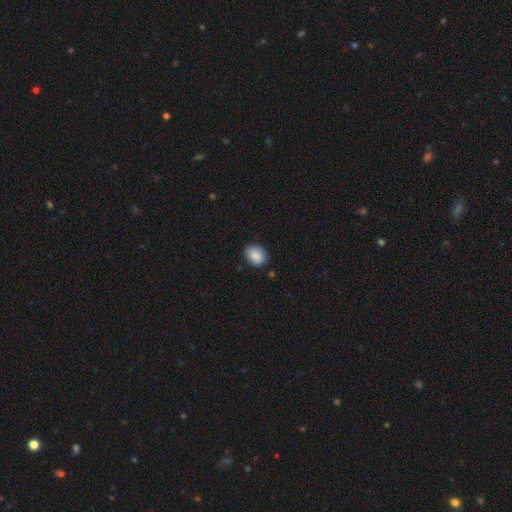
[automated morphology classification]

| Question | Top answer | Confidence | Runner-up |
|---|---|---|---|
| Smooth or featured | smooth | 88% | star or artifact (7%) |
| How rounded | in between | 64% | round (35%) |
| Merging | none | 81% | minor disturbance (15%) |